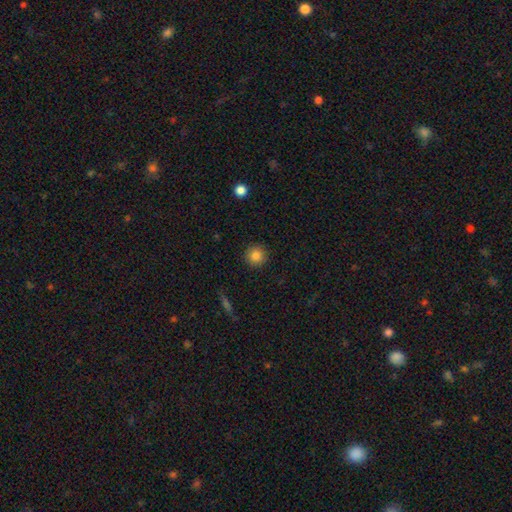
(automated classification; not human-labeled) A smooth galaxy with no disk features (84%) that is round (95%).

Vote fractions:
- Smooth or featured? smooth: 84% / star or artifact: 10% / featured or disk: 6%
- How rounded? round: 95% / in between: 4% / cigar-shaped: 1%
- Merging? none: 91% / minor disturbance: 6% / major disturbance: 2% / merger: 1%